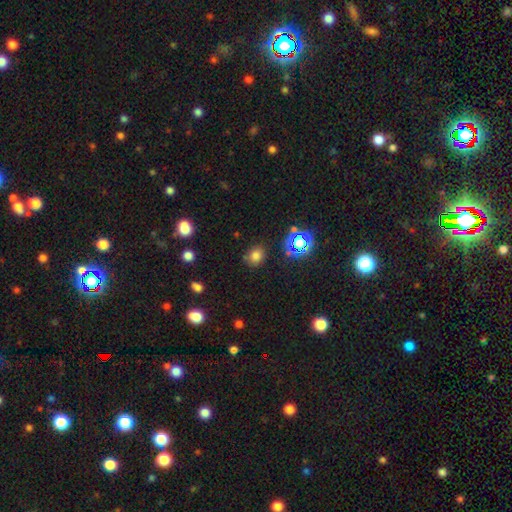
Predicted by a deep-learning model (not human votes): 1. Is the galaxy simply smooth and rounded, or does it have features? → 73% smooth, 21% star or artifact, 6% featured or disk.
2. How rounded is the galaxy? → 69% round, 30% in between, 1% cigar-shaped.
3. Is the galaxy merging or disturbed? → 80% none, 13% minor disturbance, 4% major disturbance, 3% merger.